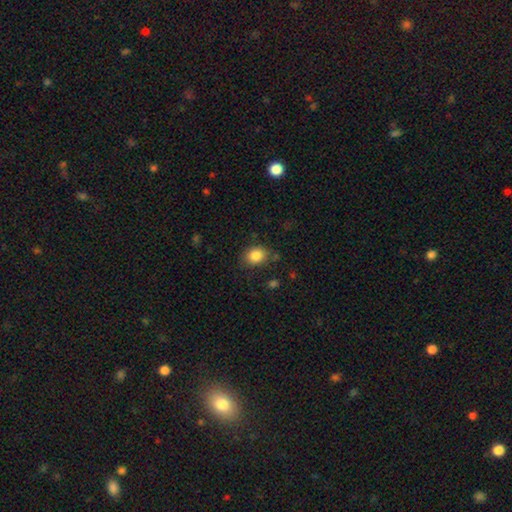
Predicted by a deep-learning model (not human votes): Q: Smooth or featured?
A: smooth (85%); runner-up: star or artifact (9%)
Q: How rounded?
A: in between (50%); runner-up: round (49%)
Q: Merging?
A: none (77%); runner-up: minor disturbance (16%)